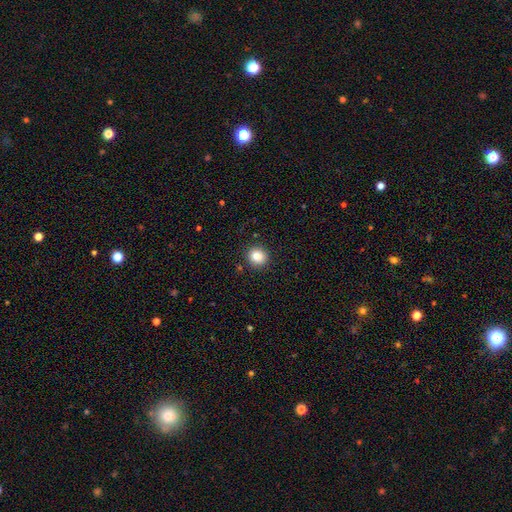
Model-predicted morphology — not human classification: A smooth galaxy with no disk features (83%) that is round (86%).

Vote fractions:
- Smooth or featured? smooth: 83% / star or artifact: 11% / featured or disk: 6%
- How rounded? round: 86% / in between: 13% / cigar-shaped: 1%
- Merging? none: 90% / minor disturbance: 6% / major disturbance: 2% / merger: 1%